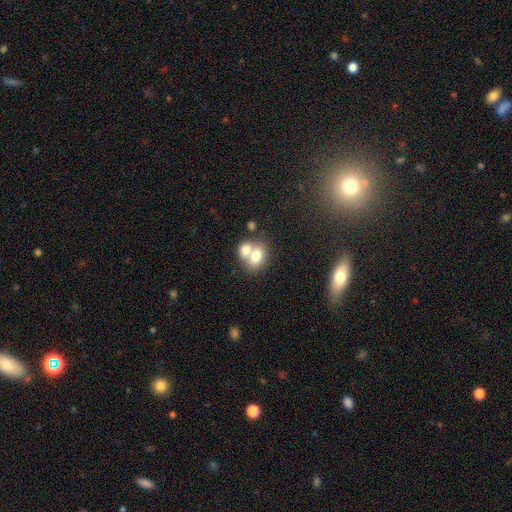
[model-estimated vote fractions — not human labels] The model was most divided on "merging": merger: 63%, none: 27%, minor disturbance: 7%, major disturbance: 3%. More confident: smooth or featured — smooth (73%); how rounded — in between (67%).